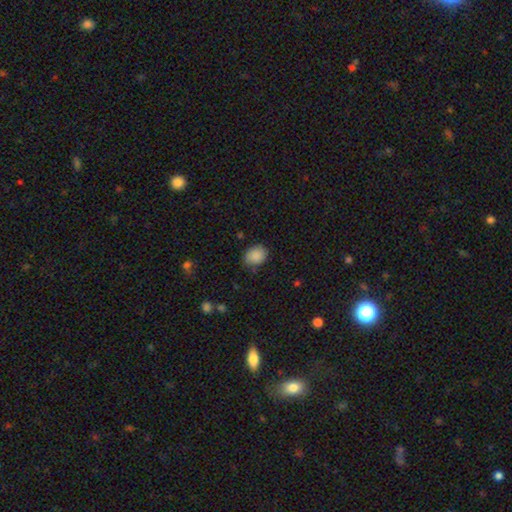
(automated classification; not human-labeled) Smooth or featured? smooth (87%)
How rounded? in between (54%)
Merging? none (73%)